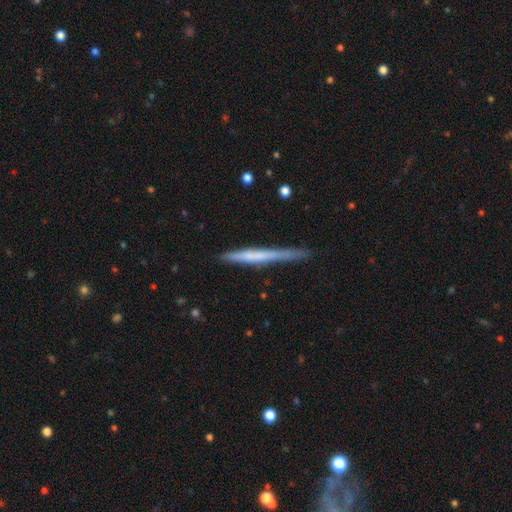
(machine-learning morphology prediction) smooth_or_featured: smooth (p=0.48) [alt: featured or disk p=0.46]
merging: none (p=0.78) [alt: minor disturbance p=0.17]